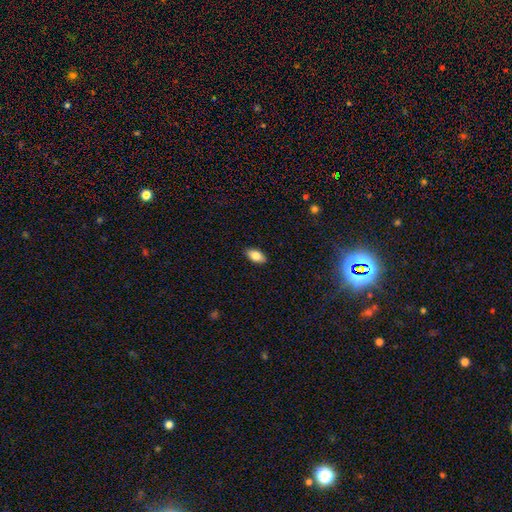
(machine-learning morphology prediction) Smooth or featured? Predicted: smooth (p=0.82). How rounded? Predicted: in between (p=0.91). Merging? Predicted: none (p=0.89).